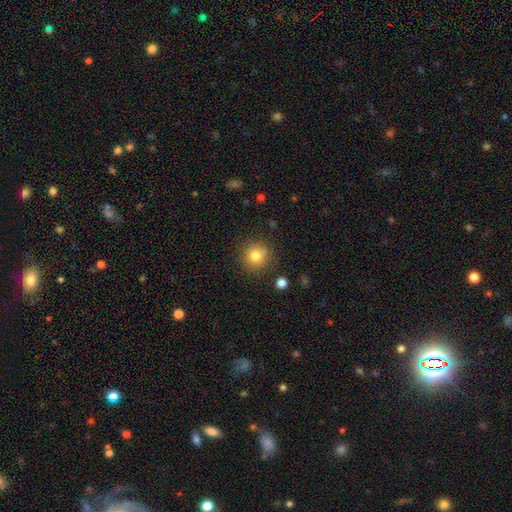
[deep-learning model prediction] Overall: smooth (80%). How rounded: round (93%). Merging: none (81%).